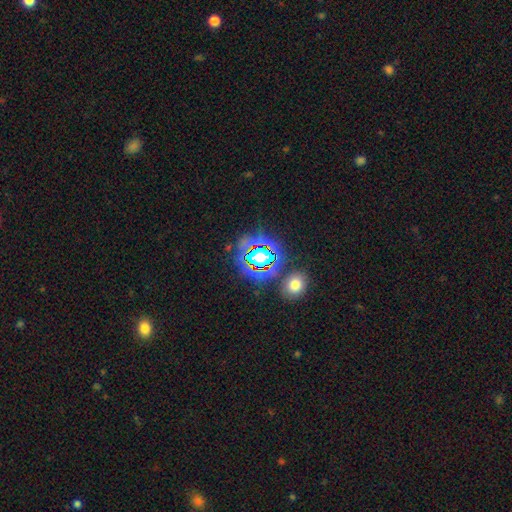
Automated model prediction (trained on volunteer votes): Smooth or featured: star or artifact — 70% (smooth — 19%)